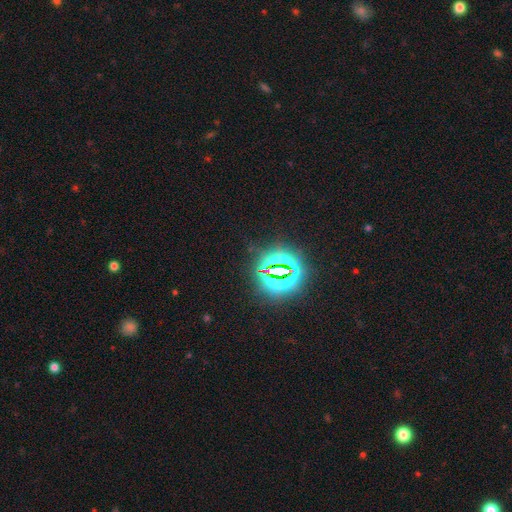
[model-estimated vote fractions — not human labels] Smooth or featured? star or artifact (82%)